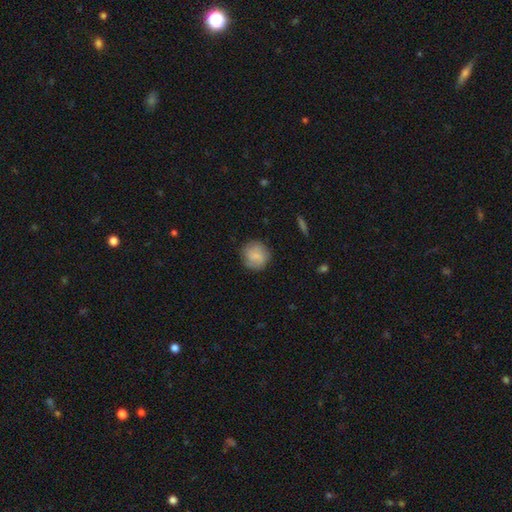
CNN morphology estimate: A smooth galaxy with no disk features (78%) that is round (90%). Merging: none (81%).